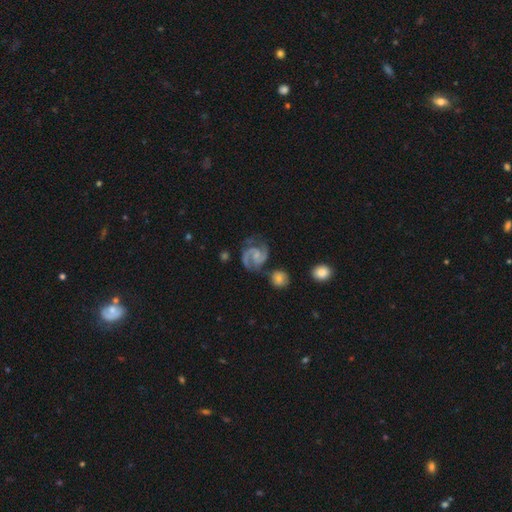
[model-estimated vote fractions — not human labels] This is clearly a featured or disk galaxy (91%). It is clearly not viewed edge-on (98%). Bar: possibly no (51%). Spiral arm pattern: clearly yes (98%). Spiral arm count: clearly 2 (91%). Spiral winding: possibly medium (58%). Central bulge: possibly small (57%). Merging: likely none (65%).